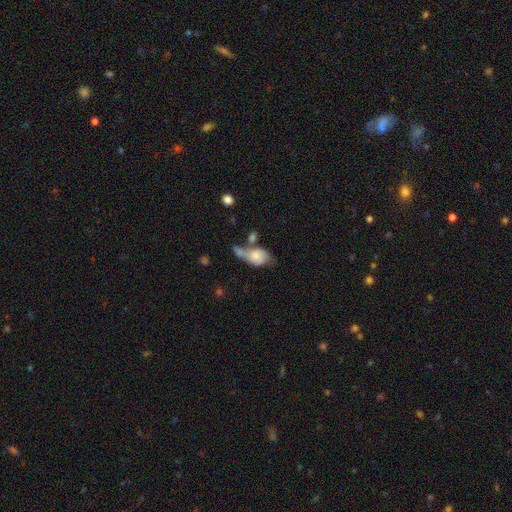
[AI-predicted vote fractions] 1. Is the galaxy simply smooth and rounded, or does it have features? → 59% smooth, 33% featured or disk, 8% star or artifact.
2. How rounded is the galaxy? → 80% in between, 17% round, 3% cigar-shaped.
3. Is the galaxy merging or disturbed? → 43% merger, 20% major disturbance, 20% none, 17% minor disturbance.